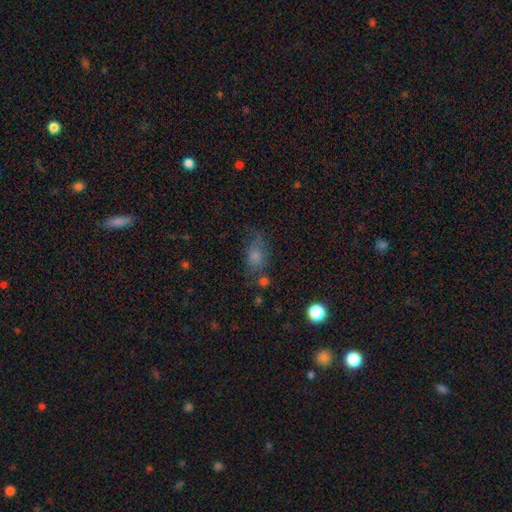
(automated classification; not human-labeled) This is likely a smooth galaxy (69%). How rounded: likely in between (76%). Merging: possibly none (56%).